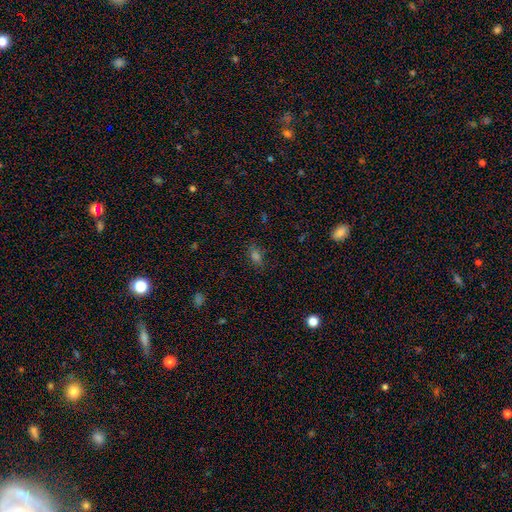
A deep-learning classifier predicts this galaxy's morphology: Smooth or featured? smooth (70%)
How rounded? in between (82%)
Merging? none (79%)